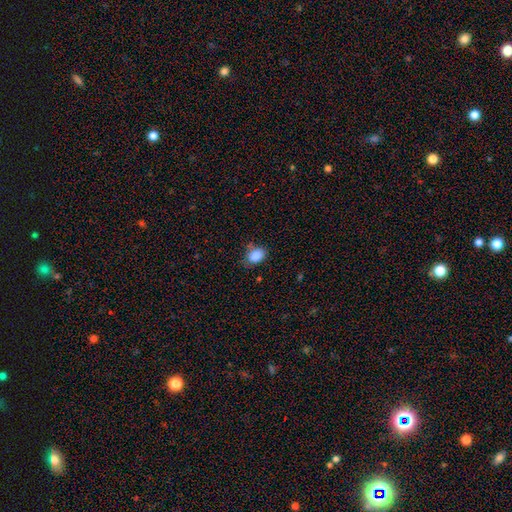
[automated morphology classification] A smooth galaxy with no disk features (87%) that is in between round and cigar-shaped (79%). Merging: none (63%).